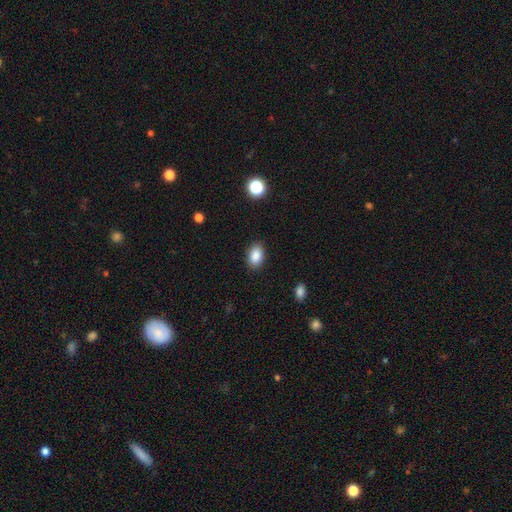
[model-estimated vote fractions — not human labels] Morphology: type=smooth (88%); roundness=in between (86%); merging=none (88%).